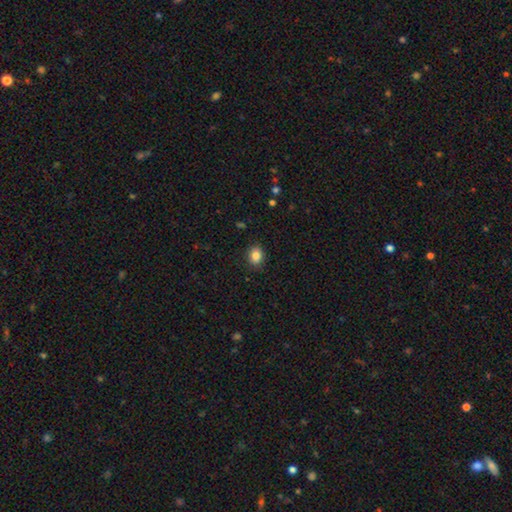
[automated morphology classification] smooth_or_featured: smooth (p=0.85) [alt: star or artifact p=0.10]
how_rounded: in between (p=0.50) [alt: round p=0.49]
merging: none (p=0.88) [alt: minor disturbance p=0.08]